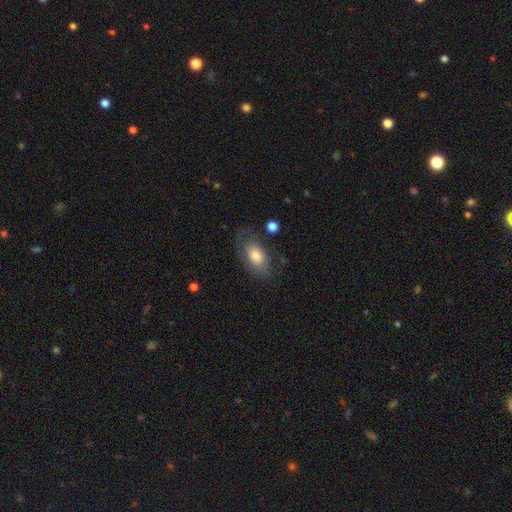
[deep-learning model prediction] Smooth or featured: smooth — 71% (featured or disk — 22%)
How rounded: in between — 90% (round — 6%)
Merging: none — 64% (minor disturbance — 22%)